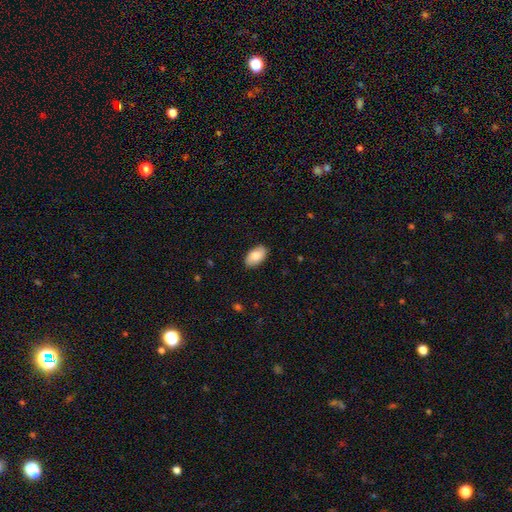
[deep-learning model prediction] Overall: smooth (82%). How rounded: in between (94%). Merging: none (86%).